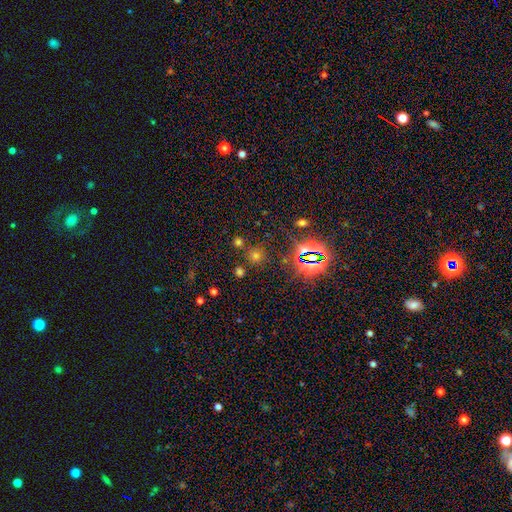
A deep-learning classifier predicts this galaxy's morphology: Smooth or featured?
  - smooth: 56% *
  - star or artifact: 37%
  - featured or disk: 7%
How rounded?
  - round: 91% *
  - in between: 8%
  - cigar-shaped: 1%
Merging?
  - none: 80% *
  - merger: 8%
  - minor disturbance: 8%
  - major disturbance: 4%